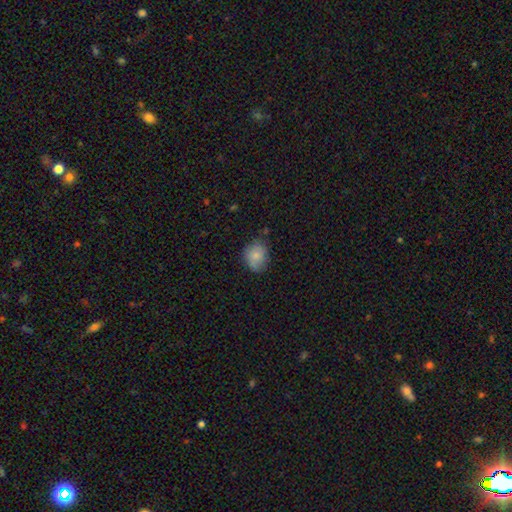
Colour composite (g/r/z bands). It shows a smooth galaxy with no disk features (85%) that is round (67%). Merging: none (61%).